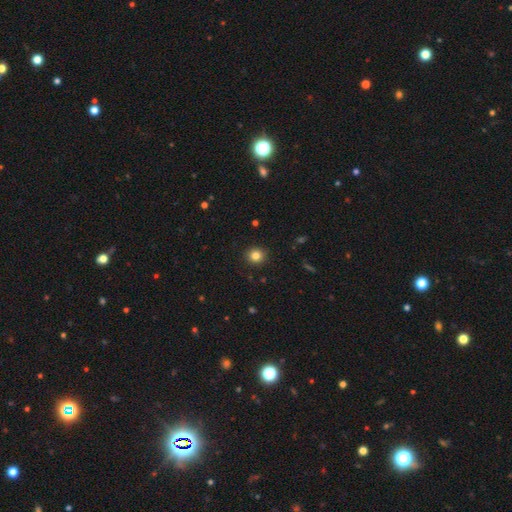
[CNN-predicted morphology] Smooth or featured?
  - smooth: 83% *
  - star or artifact: 12%
  - featured or disk: 5%
How rounded?
  - round: 90% *
  - in between: 9%
  - cigar-shaped: 1%
Merging?
  - none: 92% *
  - minor disturbance: 6%
  - major disturbance: 2%
  - merger: 1%